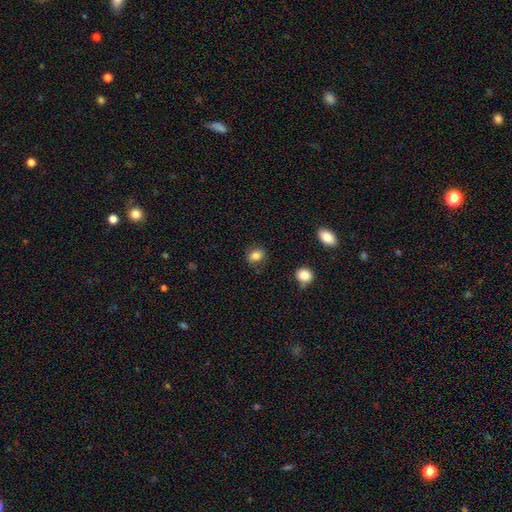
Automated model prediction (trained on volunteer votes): Smooth or featured?
  - smooth: 83% *
  - star or artifact: 10%
  - featured or disk: 7%
How rounded?
  - in between: 50% *
  - round: 49%
  - cigar-shaped: 1%
Merging?
  - none: 81% *
  - minor disturbance: 13%
  - major disturbance: 3%
  - merger: 2%